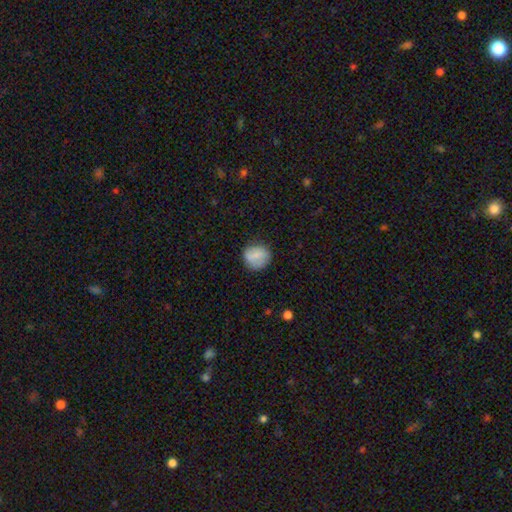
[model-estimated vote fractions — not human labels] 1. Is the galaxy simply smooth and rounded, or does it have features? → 79% smooth, 13% featured or disk, 8% star or artifact.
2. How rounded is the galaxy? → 87% round, 12% in between, 1% cigar-shaped.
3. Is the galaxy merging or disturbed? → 80% none, 15% minor disturbance, 4% major disturbance, 1% merger.